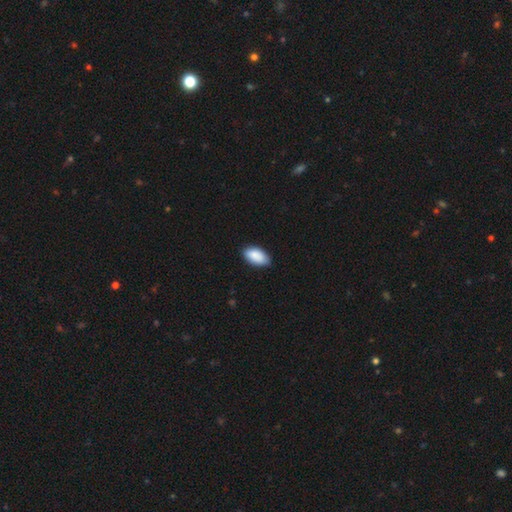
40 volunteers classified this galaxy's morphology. Smooth or featured: smooth — 85% (featured or disk — 8%)
How rounded: in between — 100%
Merging: none — 76% (minor disturbance — 19%)